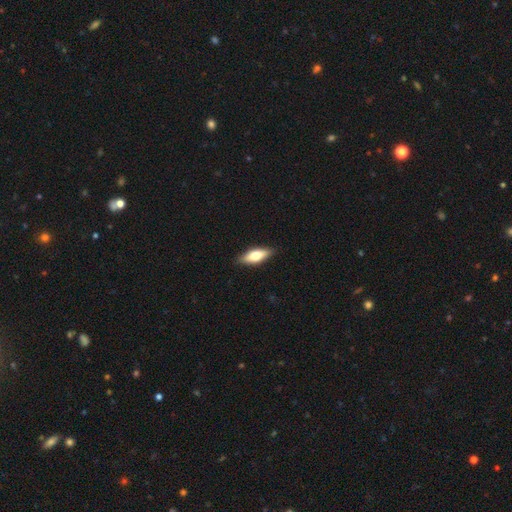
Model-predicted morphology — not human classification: Smooth or featured?
  - smooth: 61% *
  - featured or disk: 33%
  - star or artifact: 6%
How rounded?
  - in between: 68% *
  - cigar-shaped: 29%
  - round: 3%
Merging?
  - none: 87% *
  - minor disturbance: 10%
  - major disturbance: 2%
  - merger: 1%